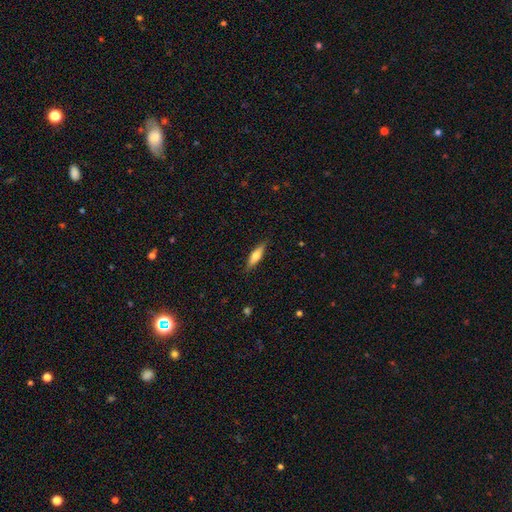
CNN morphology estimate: Smooth or featured? Predicted: smooth (p=0.62). How rounded? Predicted: cigar-shaped (p=0.62). Merging? Predicted: none (p=0.86).